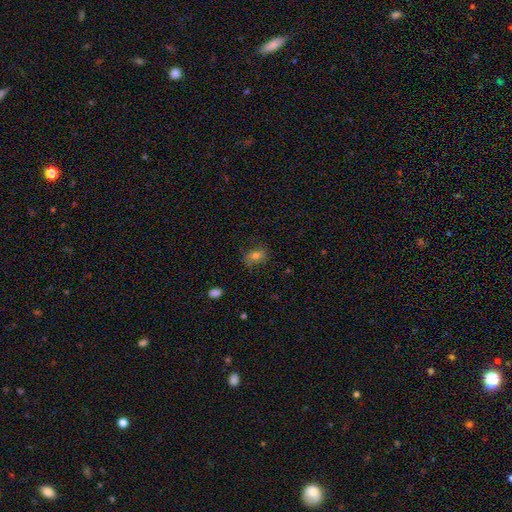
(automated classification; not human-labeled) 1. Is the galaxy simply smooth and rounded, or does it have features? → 72% smooth, 16% featured or disk, 12% star or artifact.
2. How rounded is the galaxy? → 68% in between, 29% round, 2% cigar-shaped.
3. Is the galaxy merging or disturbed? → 76% none, 18% minor disturbance, 5% major disturbance, 1% merger.